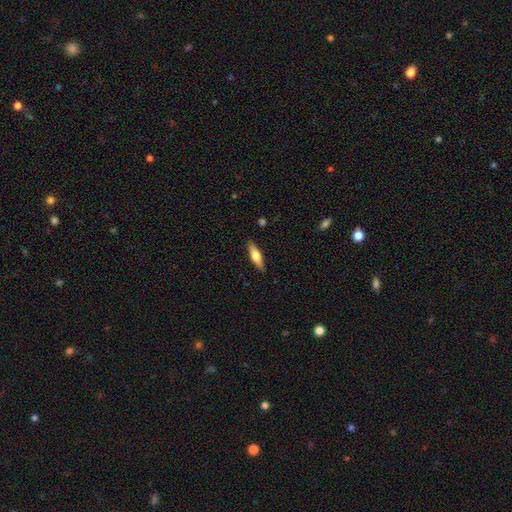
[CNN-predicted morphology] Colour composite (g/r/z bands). It shows a smooth galaxy with no disk features (52%) that is cigar-shaped (61%). Merging: none (88%).